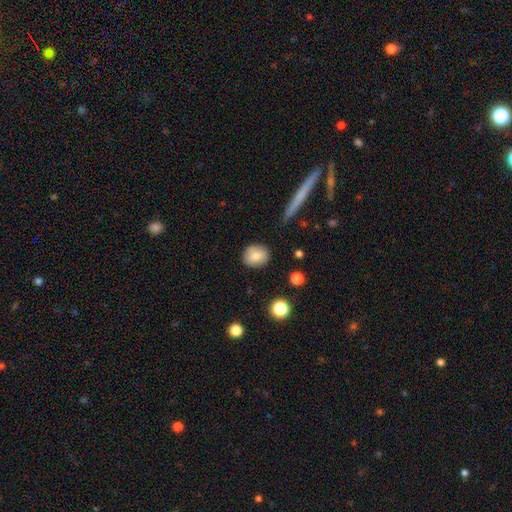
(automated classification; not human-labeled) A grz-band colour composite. It shows a smooth galaxy with no disk features (81%) that is round (66%). Merging: none (85%).